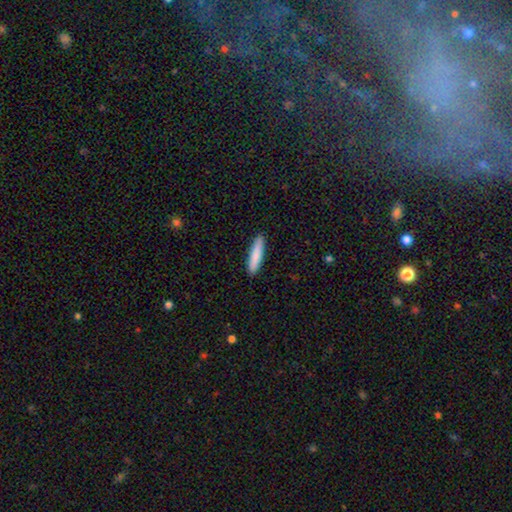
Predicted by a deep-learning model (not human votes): Smooth or featured? Predicted: smooth (p=0.85). How rounded? Predicted: cigar-shaped (p=0.87). Merging? Predicted: none (p=0.91).